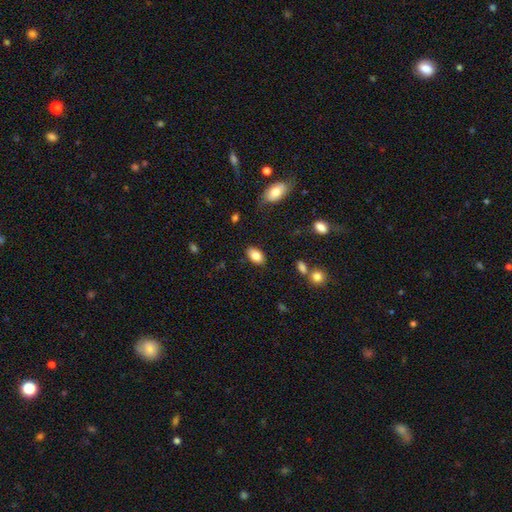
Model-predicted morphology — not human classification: type=smooth (83%); roundness=in between (91%); merging=none (85%).